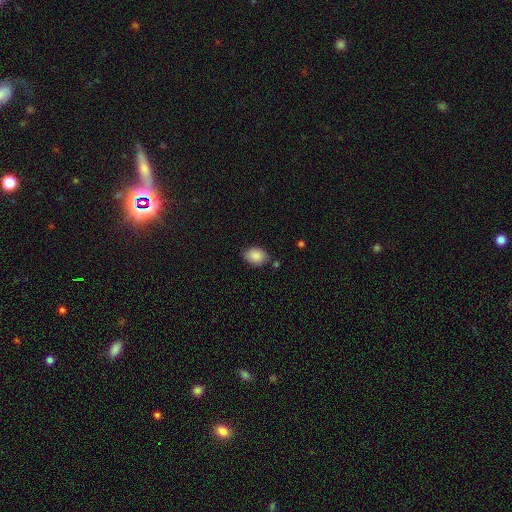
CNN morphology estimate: smooth_or_featured: smooth (p=0.87) [alt: star or artifact p=0.08]
how_rounded: in between (p=0.65) [alt: round p=0.33]
merging: none (p=0.77) [alt: minor disturbance p=0.16]